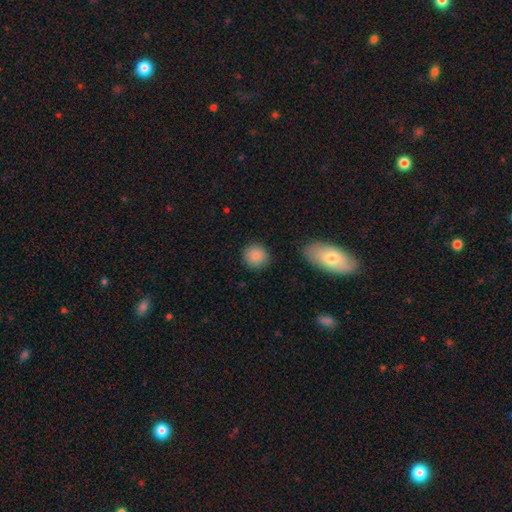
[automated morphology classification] This is clearly a smooth galaxy (86%). How rounded: clearly round (91%). Merging: clearly none (88%).